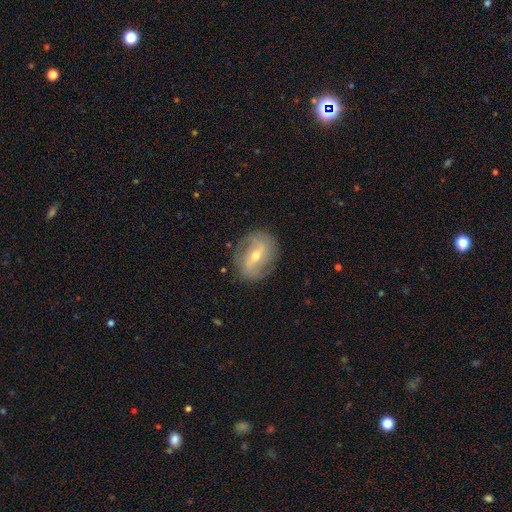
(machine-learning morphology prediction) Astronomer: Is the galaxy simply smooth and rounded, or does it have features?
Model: featured or disk — 74%.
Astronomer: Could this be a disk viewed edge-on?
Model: no — 94%.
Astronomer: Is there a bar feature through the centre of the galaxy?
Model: strong — 40%, tied with weak at 40%.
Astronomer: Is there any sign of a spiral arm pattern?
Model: yes — 78%.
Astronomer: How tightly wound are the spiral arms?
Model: medium — 39% (runner-up: loose, 31%).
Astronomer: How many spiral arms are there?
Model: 2 — 75%.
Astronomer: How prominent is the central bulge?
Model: moderate — 51% (runner-up: small, 46%).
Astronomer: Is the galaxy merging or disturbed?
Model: none — 81%.